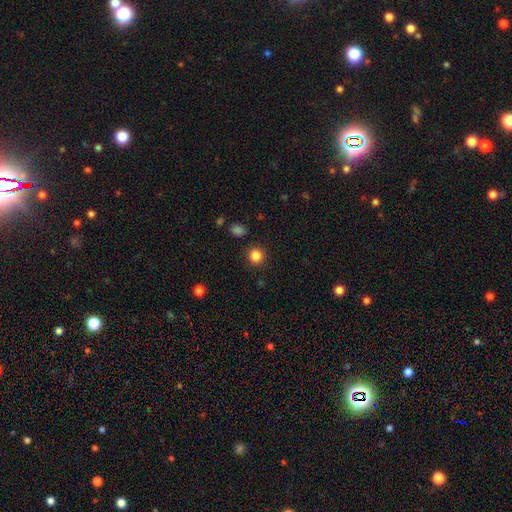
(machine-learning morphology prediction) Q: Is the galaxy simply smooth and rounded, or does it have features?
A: smooth — 85%.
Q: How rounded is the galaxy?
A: round — 92%.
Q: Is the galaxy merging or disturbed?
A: none — 90%.